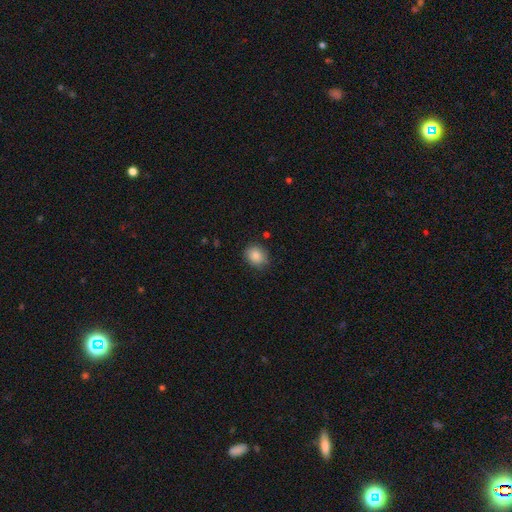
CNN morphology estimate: smooth-or-featured: smooth: 86% | star or artifact: 9% | featured or disk: 5%
  how-rounded: round: 70% | in between: 29% | cigar-shaped: 1%
  merging: none: 81% | minor disturbance: 15% | major disturbance: 3% | merger: 1%